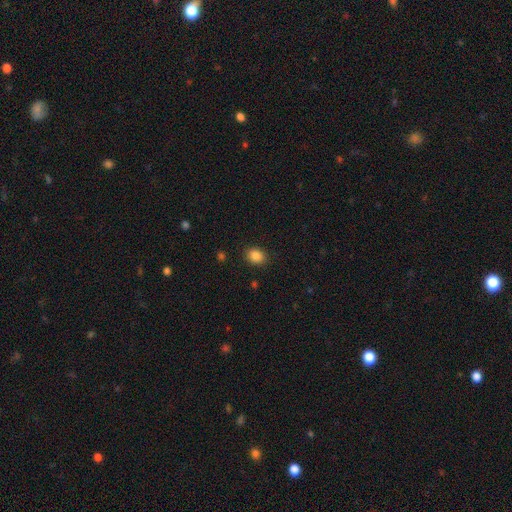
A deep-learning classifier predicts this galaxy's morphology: smooth_or_featured: smooth (p=0.86) [alt: star or artifact p=0.10]
how_rounded: round (p=0.53) [alt: in between p=0.46]
merging: none (p=0.89) [alt: minor disturbance p=0.08]